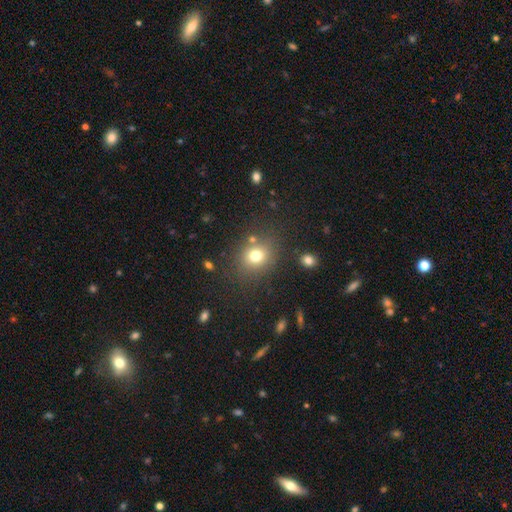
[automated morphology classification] Q: Smooth or featured?
A: smooth (74%); runner-up: star or artifact (16%)
Q: How rounded?
A: round (70%); runner-up: in between (29%)
Q: Merging?
A: none (78%); runner-up: minor disturbance (11%)